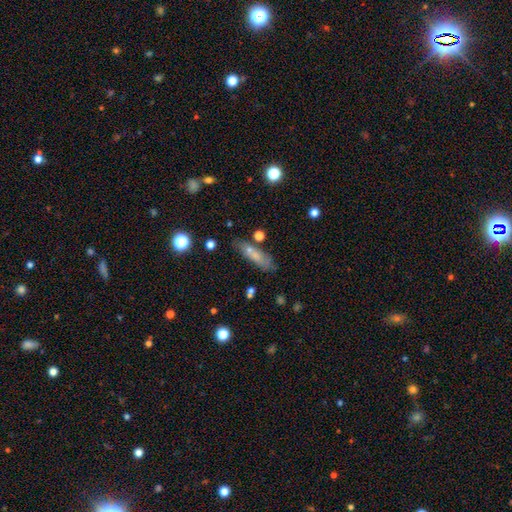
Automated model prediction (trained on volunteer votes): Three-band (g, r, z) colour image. It shows a smooth galaxy with no disk features (63%) that is cigar-shaped (65%). Merging: none (70%).